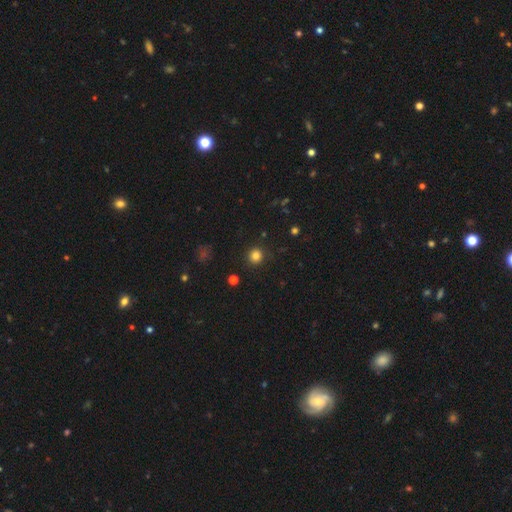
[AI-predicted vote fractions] This appears to be a smooth galaxy with no disk features (82%) that is round (93%). Merging: none (90%).